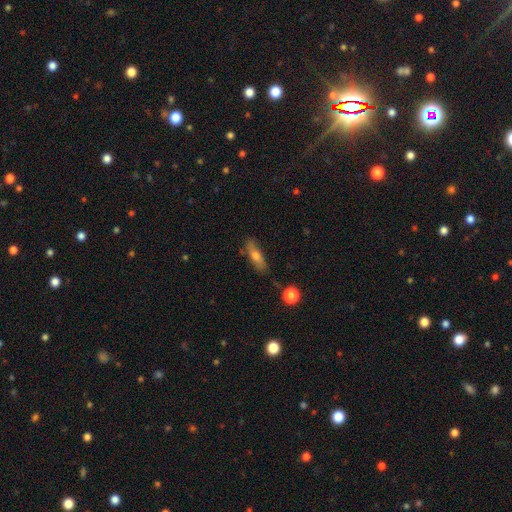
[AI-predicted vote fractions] smooth 58%, featured or disk 33%, star or artifact 9%. Down the decision tree: how rounded — cigar-shaped (55%); merging — none (77%).